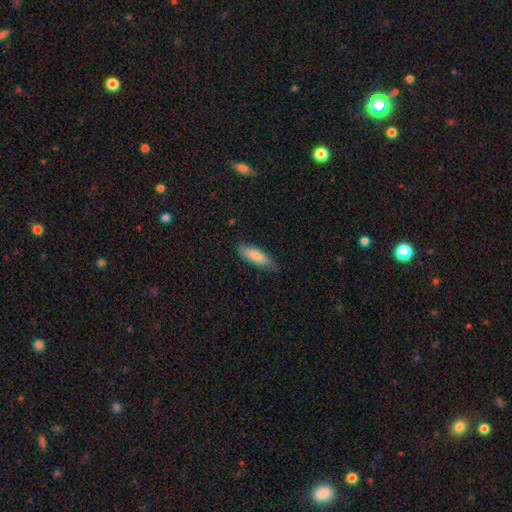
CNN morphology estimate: Smooth or featured? Predicted: smooth (p=0.81). How rounded? Predicted: in between (p=0.54). Merging? Predicted: none (p=0.73).